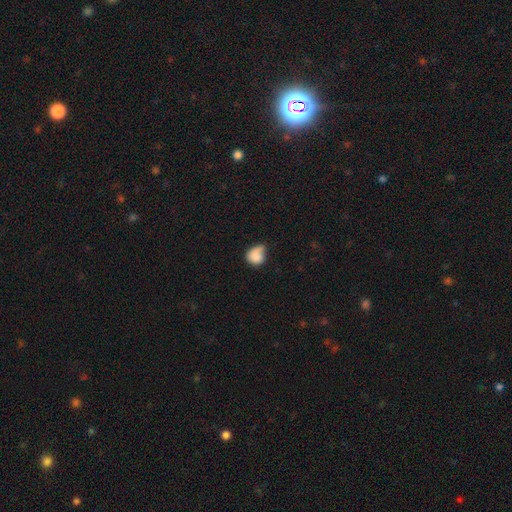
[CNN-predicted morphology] Smooth or featured? smooth (80%)
How rounded? round (61%)
Merging? minor disturbance (39%)